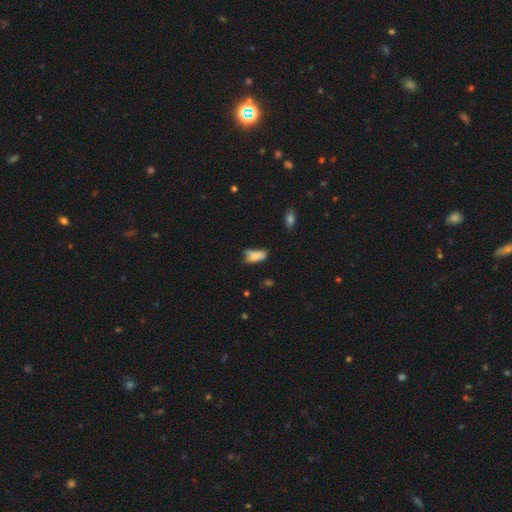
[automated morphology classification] This appears to be a smooth galaxy with no disk features (76%) that is in between round and cigar-shaped (84%). Merging: none (37%).